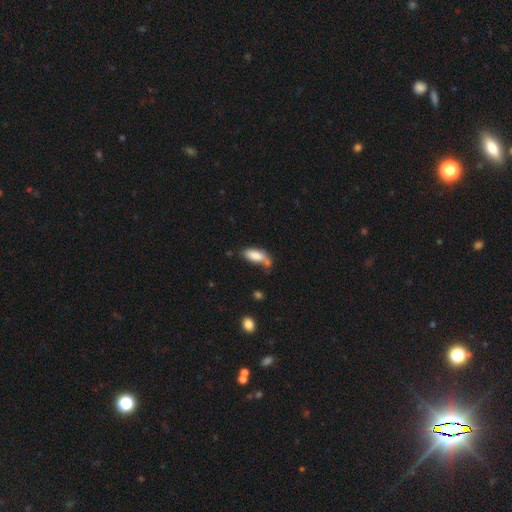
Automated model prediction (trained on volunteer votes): smooth-or-featured: smooth: 83% | featured or disk: 10% | star or artifact: 7%
  how-rounded: in between: 83% | cigar-shaped: 15% | round: 2%
  merging: none: 43% | minor disturbance: 26% | merger: 20% | major disturbance: 11%